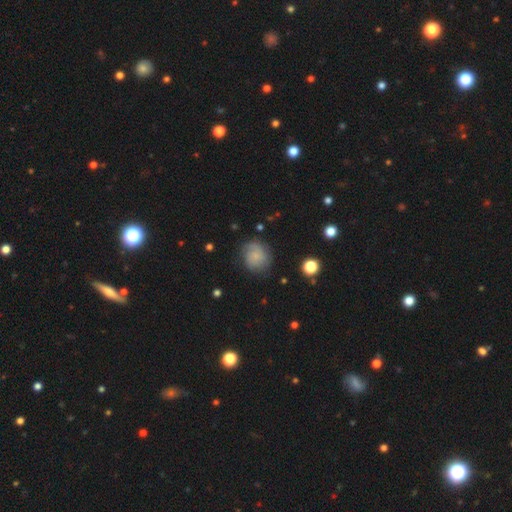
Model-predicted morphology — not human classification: Overall: smooth (50%; featured or disk 41%). Merging: none (71%).